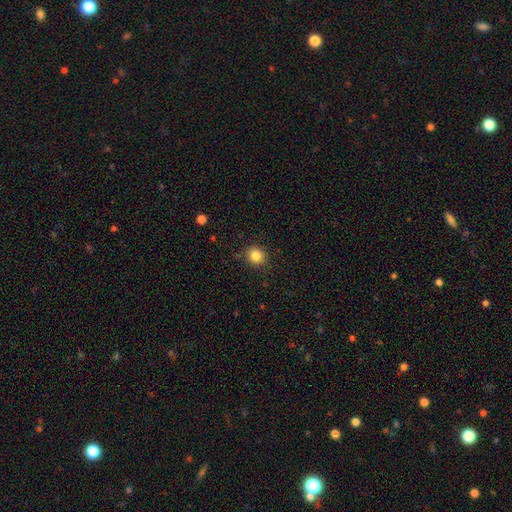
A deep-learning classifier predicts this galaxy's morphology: This is clearly a smooth galaxy (84%). How rounded: clearly round (86%). Merging: clearly none (88%).